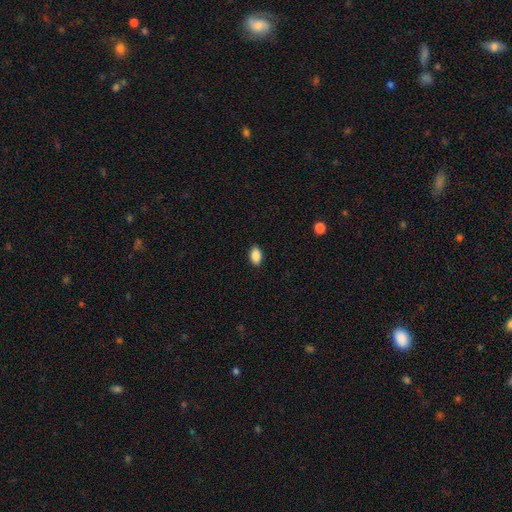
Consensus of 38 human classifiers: Volunteers were most divided on "merging": none: 81%, minor disturbance: 11%, merger: 6%, major disturbance: 3%. More confident: smooth or featured — smooth (95%); how rounded — in between (89%).